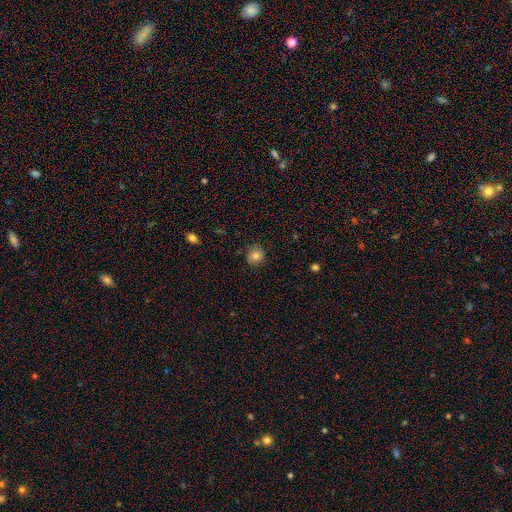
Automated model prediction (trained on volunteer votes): The model was most divided on "merging": none: 81%, minor disturbance: 15%, major disturbance: 3%, merger: 1%. More confident: how rounded — round (86%); smooth or featured — smooth (78%).